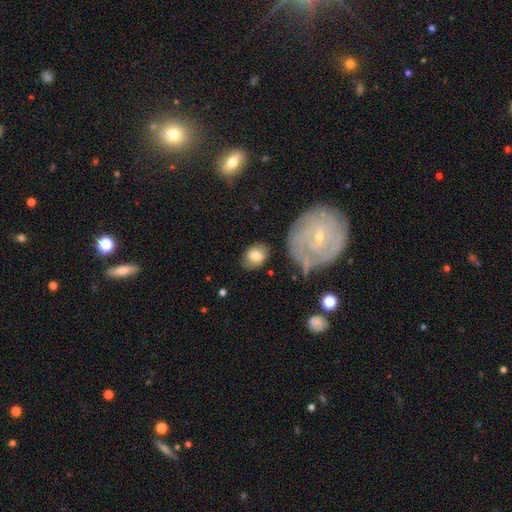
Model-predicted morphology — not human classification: smooth_or_featured: smooth (p=0.74) [alt: featured or disk p=0.19]
how_rounded: in between (p=0.64) [alt: round p=0.35]
merging: none (p=0.74) [alt: minor disturbance p=0.15]